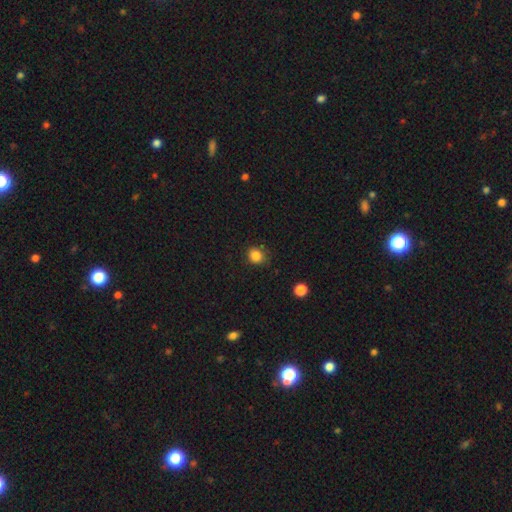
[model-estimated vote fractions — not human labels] Morphology: type=smooth (85%); roundness=round (75%); merging=none (78%).